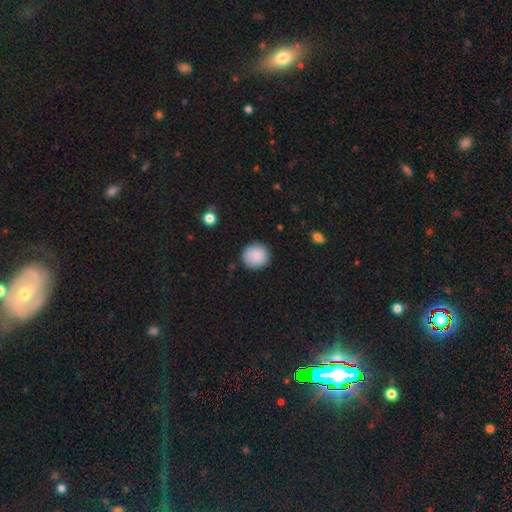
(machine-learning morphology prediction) Q: Smooth or featured?
A: smooth (89%); runner-up: star or artifact (7%)
Q: How rounded?
A: round (92%); runner-up: in between (7%)
Q: Merging?
A: none (89%); runner-up: minor disturbance (8%)